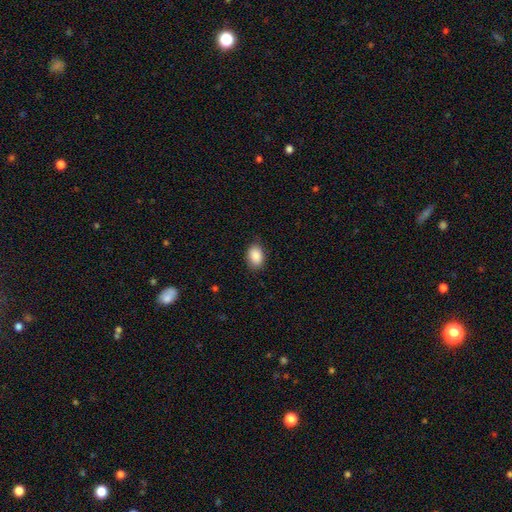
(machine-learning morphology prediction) Smooth or featured: smooth — 88% (star or artifact — 7%)
How rounded: in between — 83% (round — 16%)
Merging: none — 81% (minor disturbance — 15%)